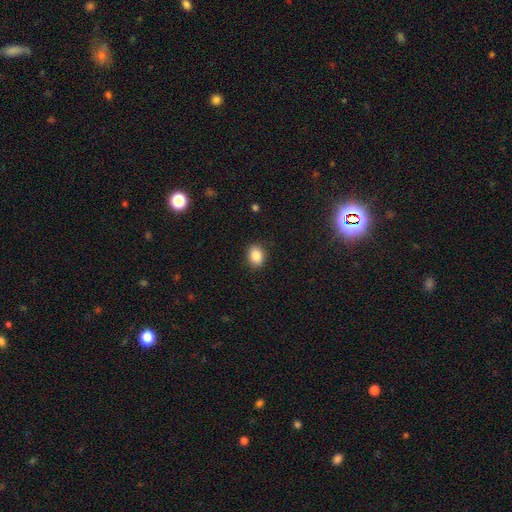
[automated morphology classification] A smooth galaxy with no disk features (86%) that is in between round and cigar-shaped (59%). Merging: none (89%).